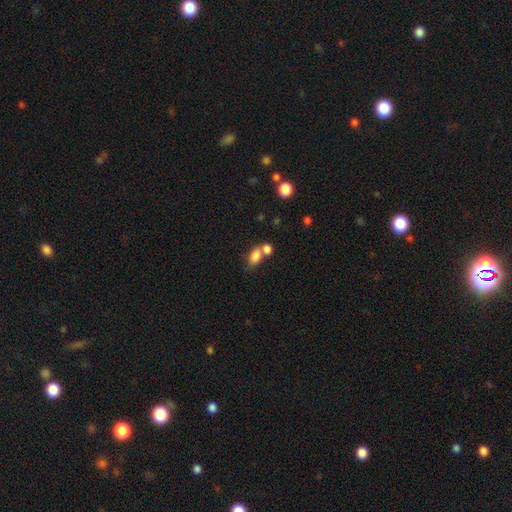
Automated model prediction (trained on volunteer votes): Morphology: type=smooth (81%); roundness=in between (83%); merging=merger (53%).